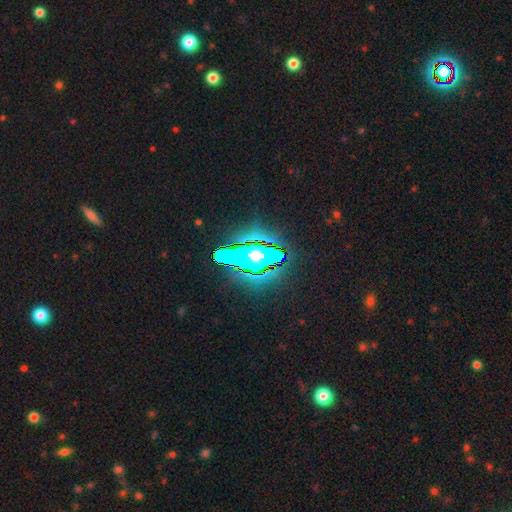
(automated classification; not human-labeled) Morphology: type=star or artifact (54%).